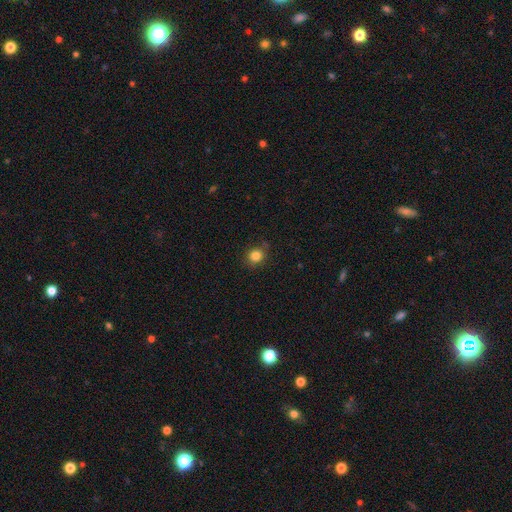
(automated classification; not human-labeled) smooth_or_featured: smooth (p=0.83) [alt: star or artifact p=0.12]
how_rounded: round (p=0.84) [alt: in between p=0.15]
merging: none (p=0.84) [alt: minor disturbance p=0.11]